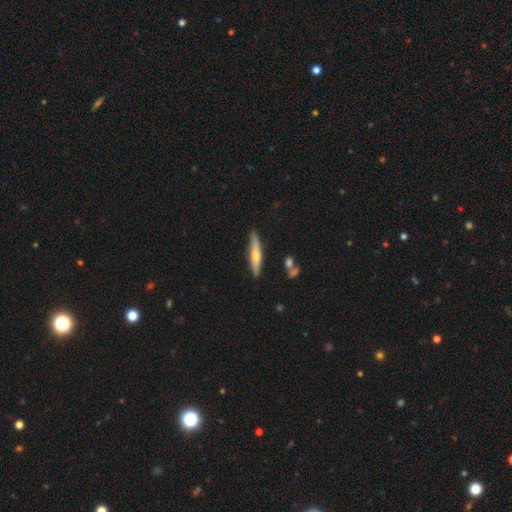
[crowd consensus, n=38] Smooth or featured?
  - featured or disk: 53% *
  - smooth: 47%
  - star or artifact: 0%
Edge-on disk?
  - yes: 95% *
  - no: 5%
Edge-on bulge?
  - rounded: 79% *
  - none: 21%
  - boxy: 0%
Merging?
  - none: 68% *
  - minor disturbance: 21%
  - major disturbance: 5%
  - merger: 5%